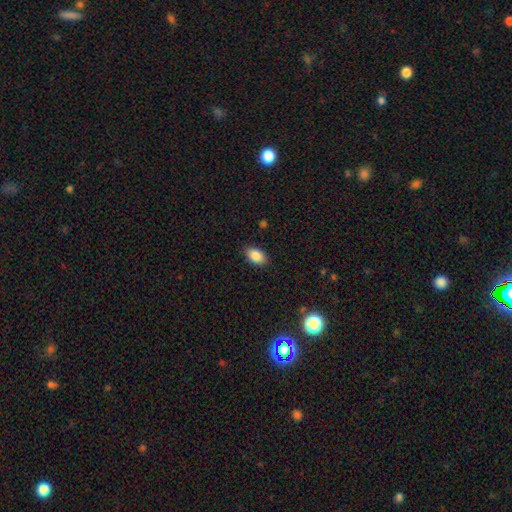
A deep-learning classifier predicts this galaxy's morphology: Q: Smooth or featured?
A: smooth (87%); runner-up: star or artifact (8%)
Q: How rounded?
A: in between (92%); runner-up: round (6%)
Q: Merging?
A: none (88%); runner-up: minor disturbance (9%)